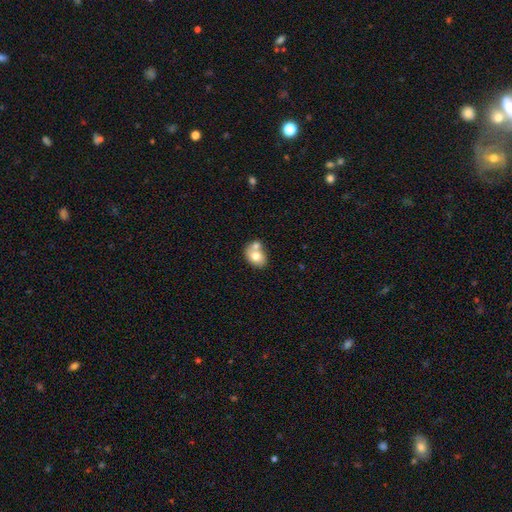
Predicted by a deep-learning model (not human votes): Smooth or featured? Predicted: smooth (p=0.73). How rounded? Predicted: in between (p=0.65). Merging? Predicted: merger (p=0.50).